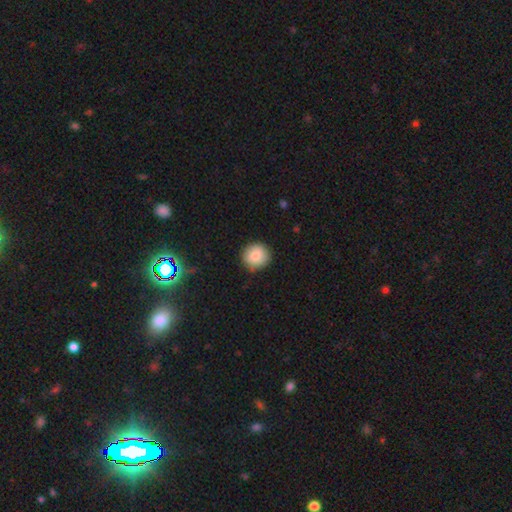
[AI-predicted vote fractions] smooth-or-featured: smooth: 85% | star or artifact: 8% | featured or disk: 7%
  how-rounded: round: 90% | in between: 9% | cigar-shaped: 1%
  merging: none: 86% | minor disturbance: 11% | major disturbance: 2% | merger: 1%